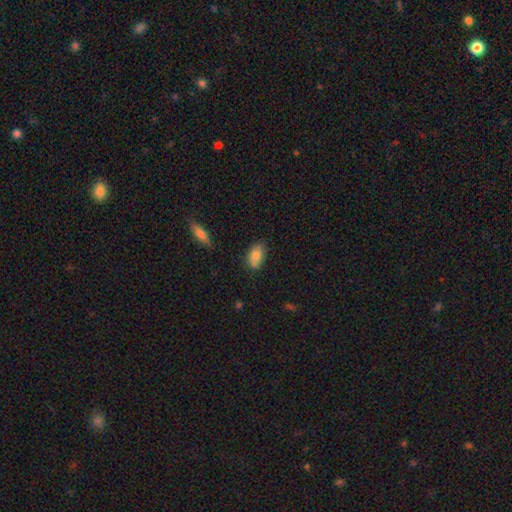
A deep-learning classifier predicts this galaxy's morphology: Smooth or featured?
  - smooth: 79% *
  - featured or disk: 13%
  - star or artifact: 8%
How rounded?
  - in between: 88% *
  - round: 8%
  - cigar-shaped: 4%
Merging?
  - none: 61% *
  - minor disturbance: 24%
  - merger: 10%
  - major disturbance: 5%